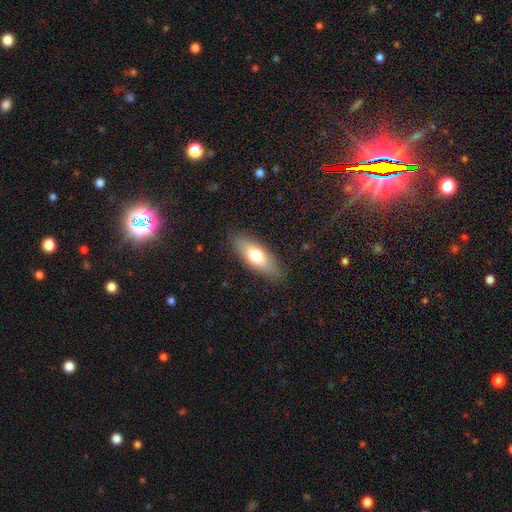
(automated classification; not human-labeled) Smooth or featured? smooth (70%)
How rounded? in between (68%)
Merging? none (86%)